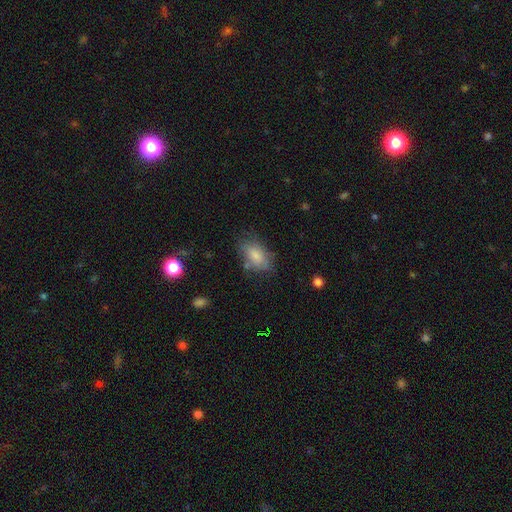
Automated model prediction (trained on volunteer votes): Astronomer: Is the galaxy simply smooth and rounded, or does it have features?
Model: smooth — 76%.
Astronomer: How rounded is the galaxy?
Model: in between — 90%.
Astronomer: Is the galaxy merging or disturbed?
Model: none — 62%.